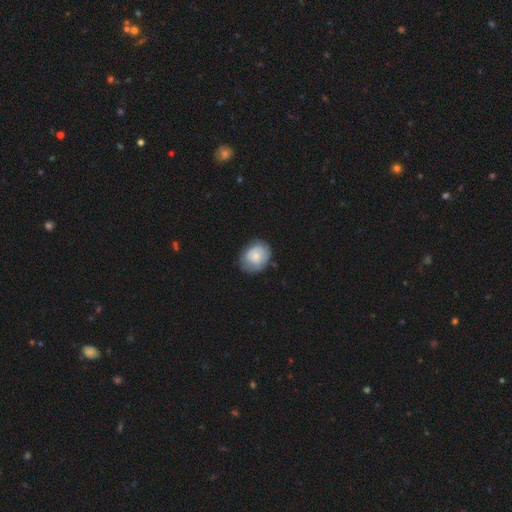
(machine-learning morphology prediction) Q: Smooth or featured?
A: smooth (68%); runner-up: featured or disk (25%)
Q: How rounded?
A: round (53%); runner-up: in between (46%)
Q: Merging?
A: none (69%); runner-up: minor disturbance (23%)